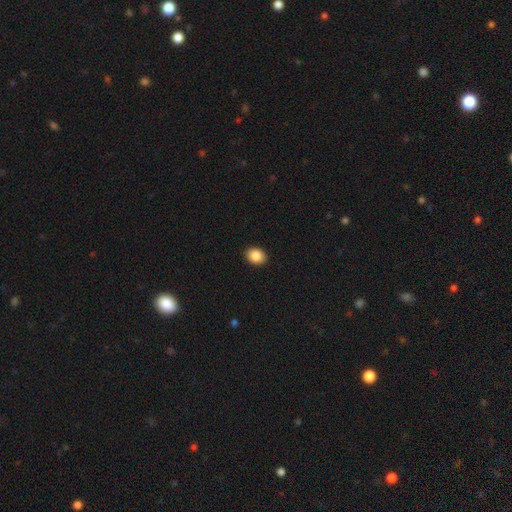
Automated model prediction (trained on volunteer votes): Smooth or featured: smooth — 88% (star or artifact — 8%)
How rounded: in between — 55% (round — 44%)
Merging: none — 92% (minor disturbance — 6%)